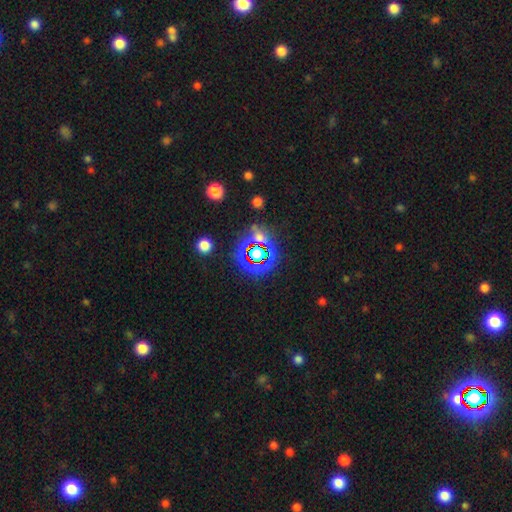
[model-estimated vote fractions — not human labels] Smooth or featured? star or artifact (73%)